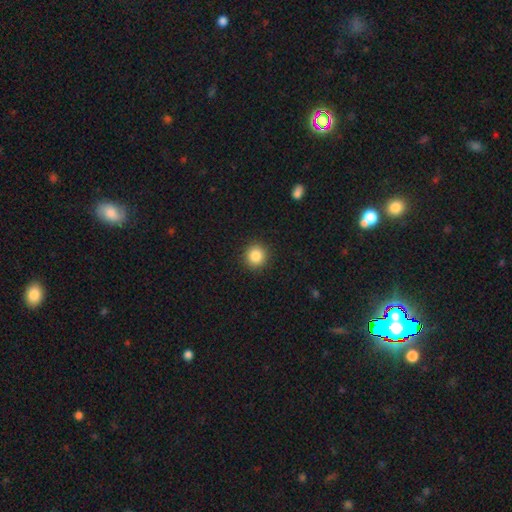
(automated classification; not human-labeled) Smooth or featured: smooth — 86% (star or artifact — 10%)
How rounded: round — 92% (in between — 7%)
Merging: none — 92% (minor disturbance — 5%)